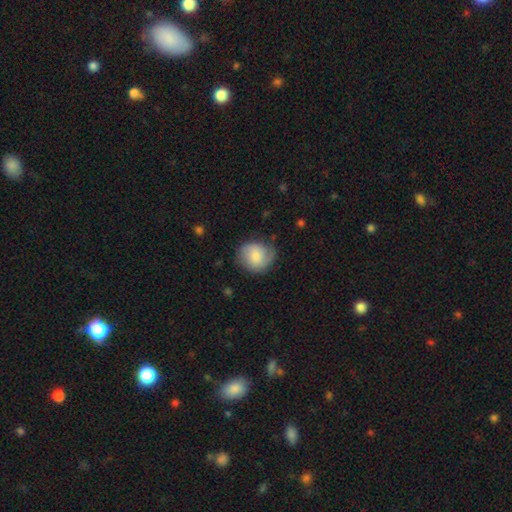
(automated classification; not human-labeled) This appears to be a smooth galaxy with no disk features (64%) that is round (77%). Merging: none (70%).